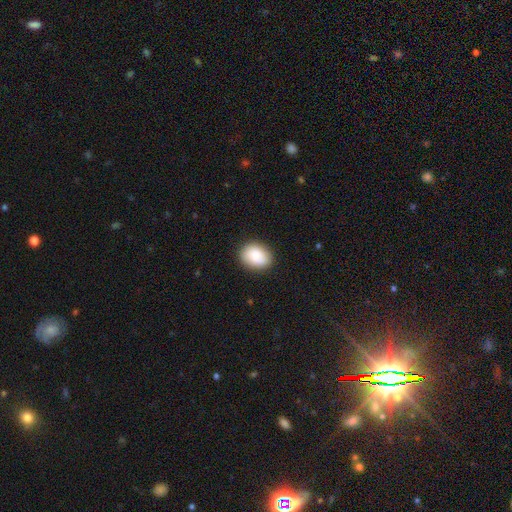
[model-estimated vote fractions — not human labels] This appears to be a smooth galaxy with no disk features (85%) that is in between round and cigar-shaped (57%). Merging: none (87%).